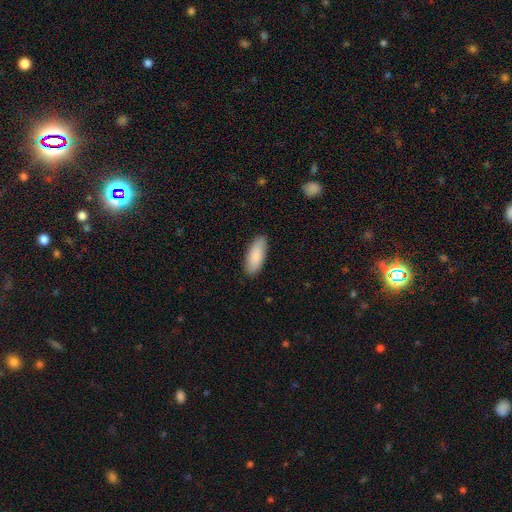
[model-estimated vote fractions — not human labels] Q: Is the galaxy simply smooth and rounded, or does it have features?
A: smooth — 86%.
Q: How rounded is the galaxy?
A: in between — 82%.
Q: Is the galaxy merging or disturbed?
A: none — 87%.